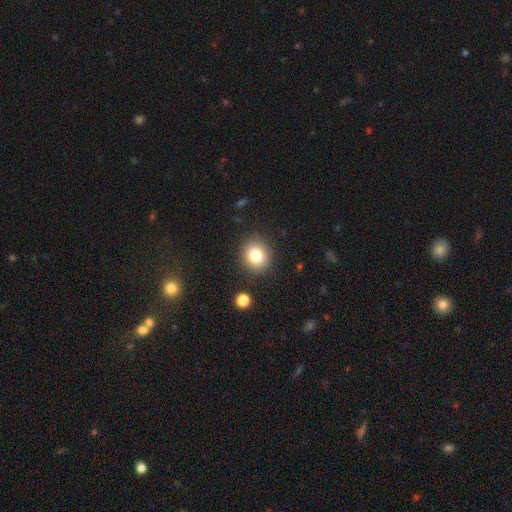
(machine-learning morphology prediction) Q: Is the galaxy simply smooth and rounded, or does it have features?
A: smooth — 83%.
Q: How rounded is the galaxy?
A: round — 70%.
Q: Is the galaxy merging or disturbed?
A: none — 86%.